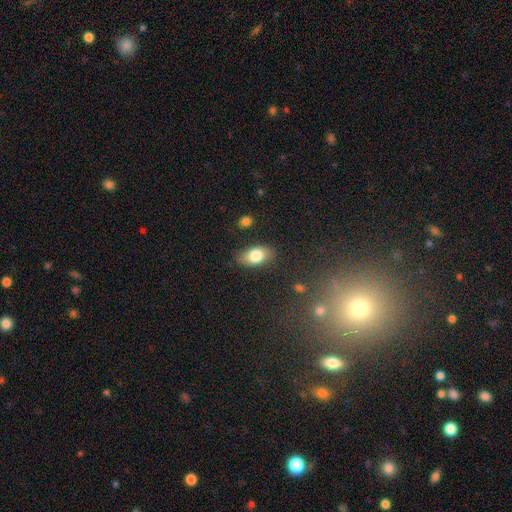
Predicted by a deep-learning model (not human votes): smooth_or_featured: smooth (p=0.80) [alt: featured or disk p=0.13]
how_rounded: in between (p=0.91) [alt: round p=0.05]
merging: none (p=0.82) [alt: minor disturbance p=0.13]